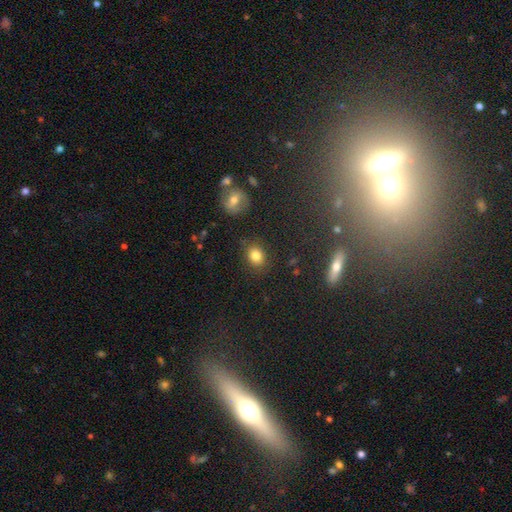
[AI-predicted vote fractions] smooth-or-featured: smooth: 81% | star or artifact: 12% | featured or disk: 7%
  how-rounded: round: 50% | in between: 48% | cigar-shaped: 1%
  merging: none: 80% | minor disturbance: 13% | major disturbance: 4% | merger: 3%